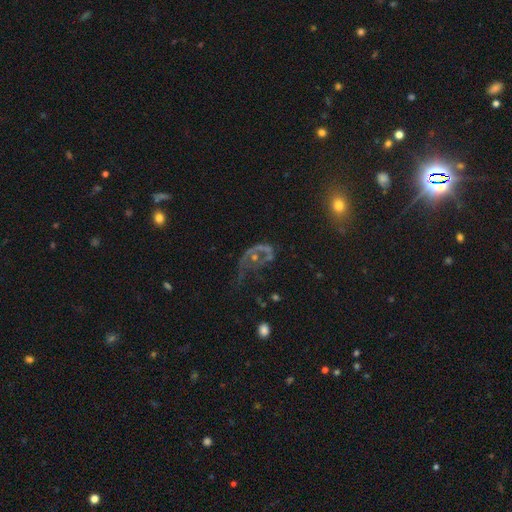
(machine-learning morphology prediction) A featured or disk galaxy (58%) with no bar (84%), no spiral arms (58%) and a small central bulge (45%). Merging: major disturbance (50%).